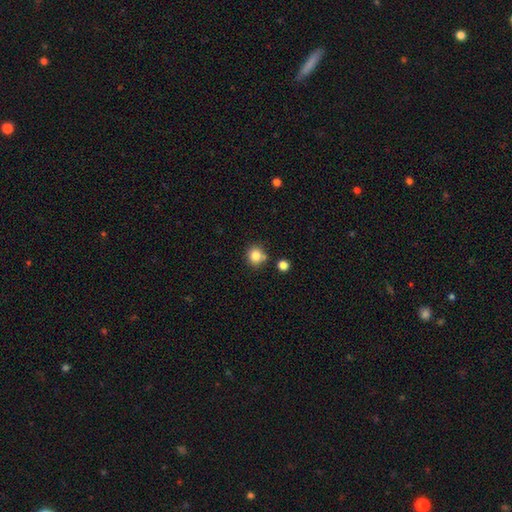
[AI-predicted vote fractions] This is clearly a smooth galaxy (83%). How rounded: clearly round (86%). Merging: likely none (73%).